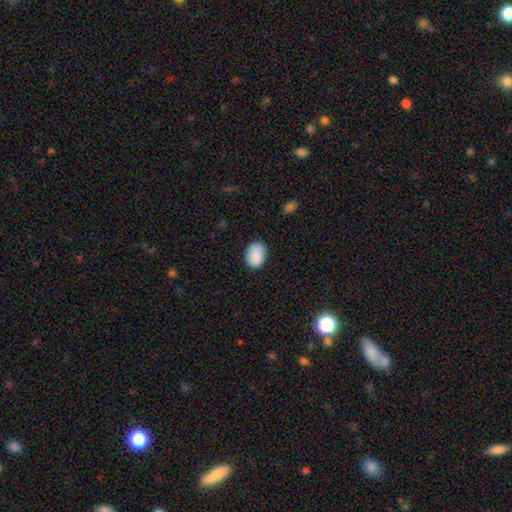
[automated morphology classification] A smooth galaxy with no disk features (87%) that is in between round and cigar-shaped (75%). Merging: none (79%).